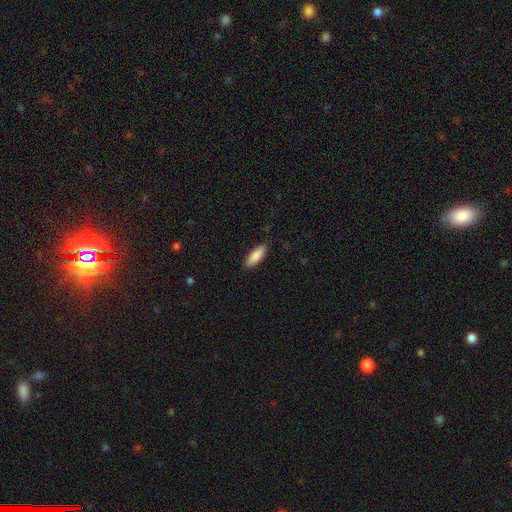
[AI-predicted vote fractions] Smooth or featured? smooth (87%)
How rounded? in between (66%)
Merging? none (87%)